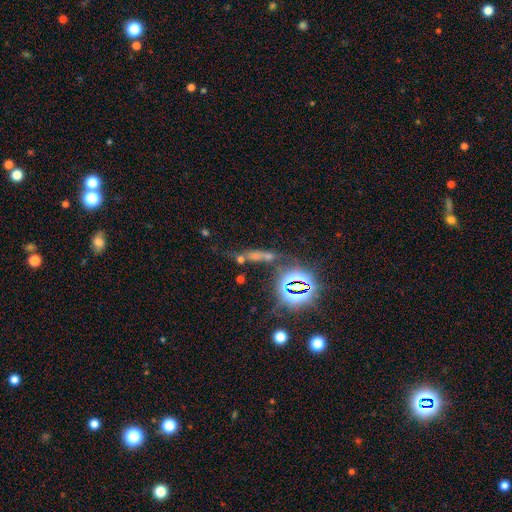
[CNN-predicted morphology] type=star or artifact (54%).